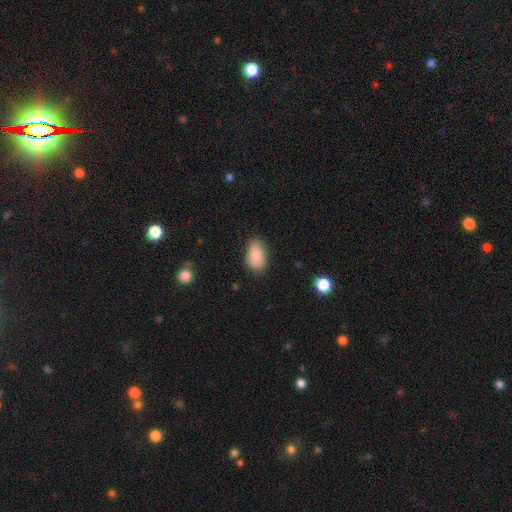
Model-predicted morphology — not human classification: Smooth or featured: smooth — 86% (star or artifact — 7%)
How rounded: in between — 92% (round — 6%)
Merging: none — 77% (minor disturbance — 18%)